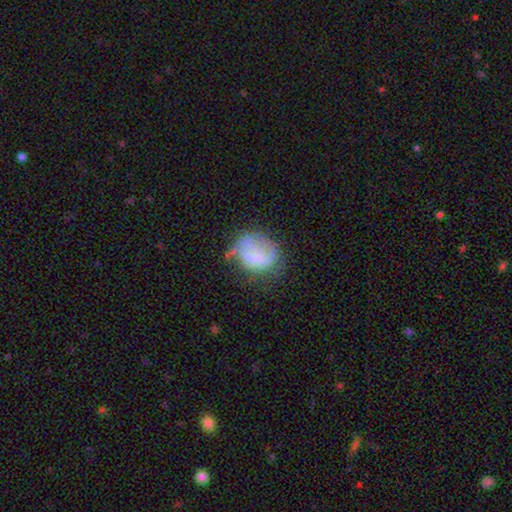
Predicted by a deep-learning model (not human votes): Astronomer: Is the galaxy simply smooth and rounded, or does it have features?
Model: smooth — 54% (runner-up: featured or disk, 36%).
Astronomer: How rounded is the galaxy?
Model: in between — 50% (runner-up: round, 49%).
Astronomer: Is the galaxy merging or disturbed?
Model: none — 36% (runner-up: minor disturbance, 31%).